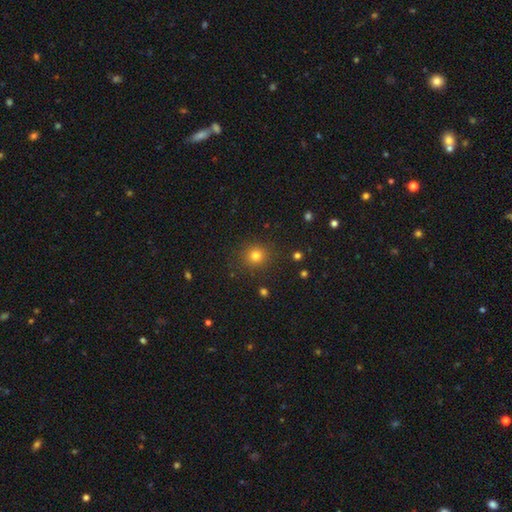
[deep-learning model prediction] Smooth or featured?
  - smooth: 79% *
  - star or artifact: 15%
  - featured or disk: 6%
How rounded?
  - round: 89% *
  - in between: 10%
  - cigar-shaped: 1%
Merging?
  - none: 88% *
  - minor disturbance: 7%
  - major disturbance: 3%
  - merger: 2%